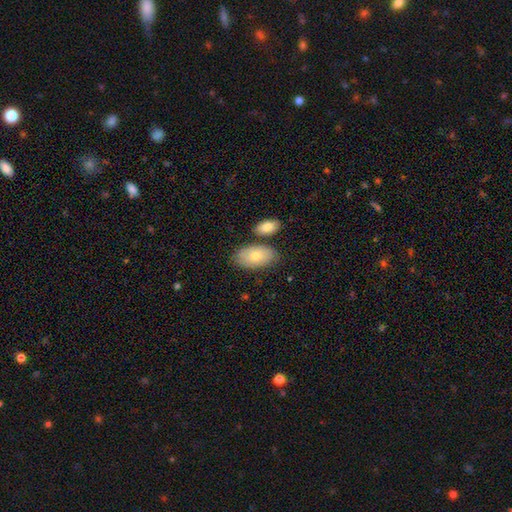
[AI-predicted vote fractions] A smooth galaxy with no disk features (74%) that is in between round and cigar-shaped (93%). Merging: none (71%).